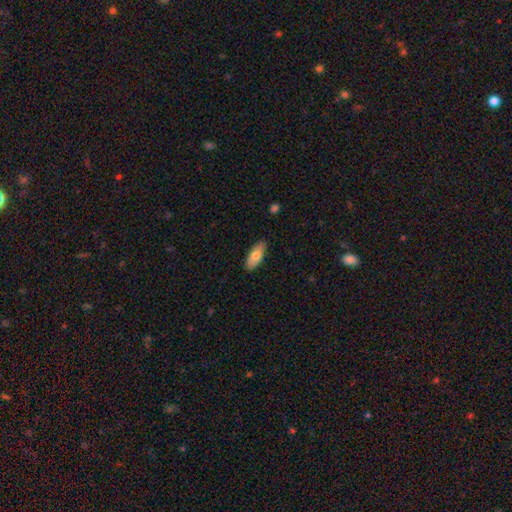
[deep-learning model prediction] The model was most divided on "smooth or featured": smooth: 73%, featured or disk: 21%, star or artifact: 6%. More confident: merging — none (86%); how rounded — in between (82%).